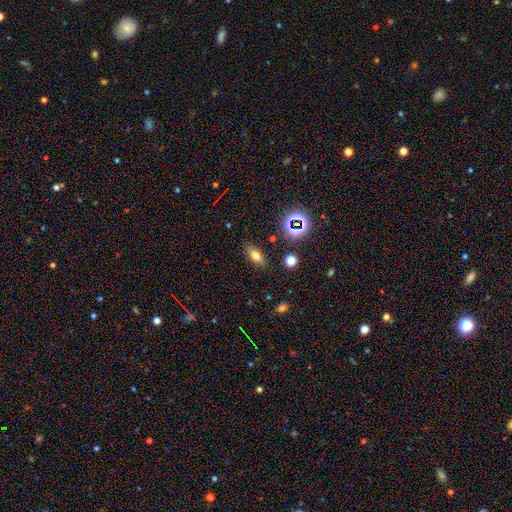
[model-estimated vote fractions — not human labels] A smooth galaxy with no disk features (66%) that is in between round and cigar-shaped (73%).

Vote fractions:
- Smooth or featured? smooth: 66% / star or artifact: 19% / featured or disk: 16%
- How rounded? in between: 73% / cigar-shaped: 18% / round: 9%
- Merging? none: 84% / minor disturbance: 10% / major disturbance: 3% / merger: 2%